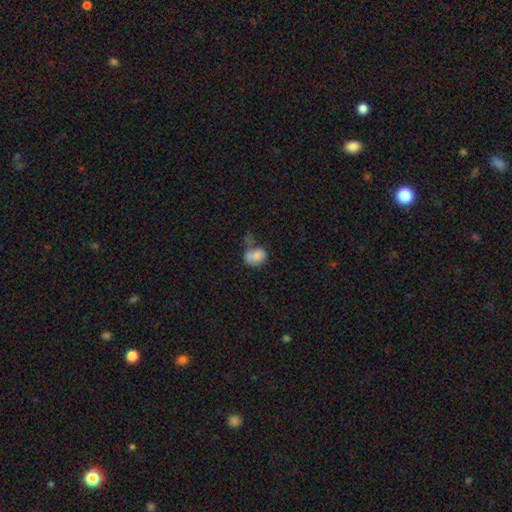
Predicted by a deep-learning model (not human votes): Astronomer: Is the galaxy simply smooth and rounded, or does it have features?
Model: smooth — 74%.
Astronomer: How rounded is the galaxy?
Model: in between — 56% (runner-up: round, 43%).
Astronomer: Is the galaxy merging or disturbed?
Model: merger — 32%, tied with none at 32%.